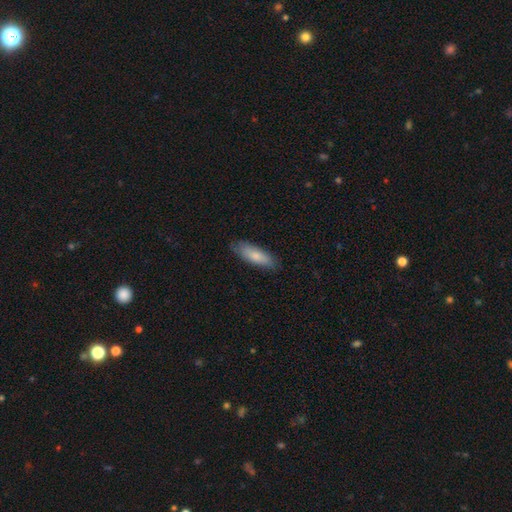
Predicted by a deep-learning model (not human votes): Smooth or featured? smooth (80%)
How rounded? in between (56%)
Merging? none (82%)